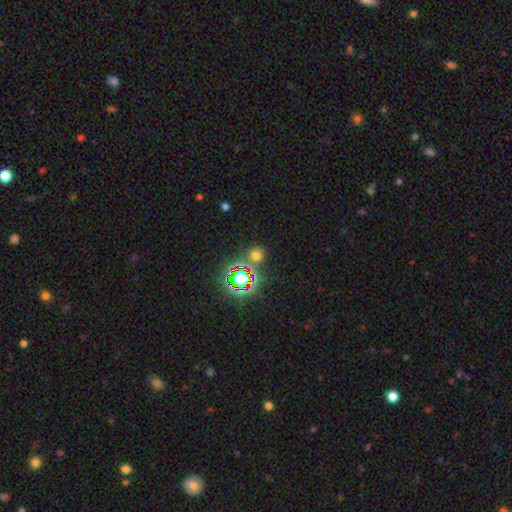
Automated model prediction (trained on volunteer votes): Smooth or featured: smooth — 54% (star or artifact — 39%)
How rounded: round — 86% (in between — 12%)
Merging: none — 76% (merger — 10%)